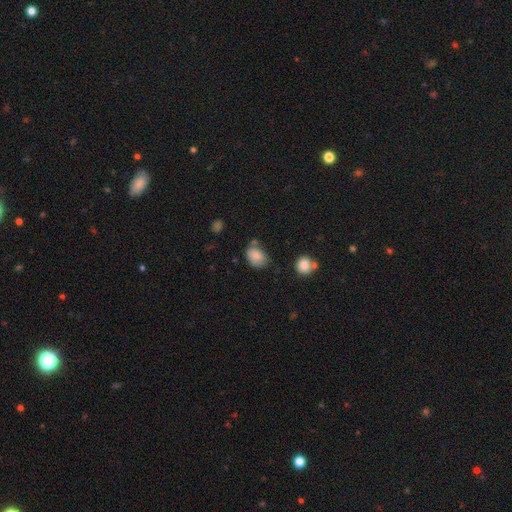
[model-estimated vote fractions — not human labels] A smooth galaxy with no disk features (82%) that is in between round and cigar-shaped (74%). Merging: none (57%).